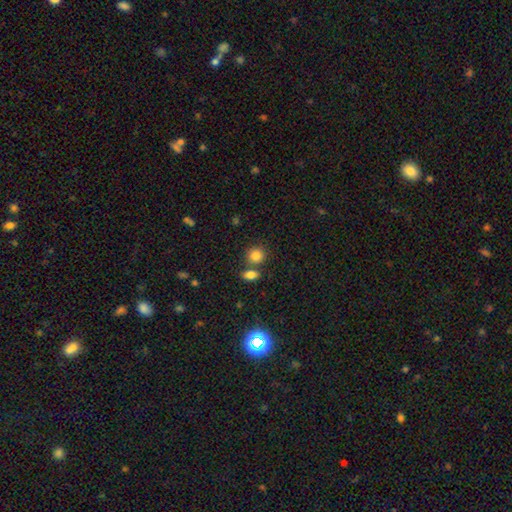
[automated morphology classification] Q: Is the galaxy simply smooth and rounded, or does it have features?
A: smooth — 83%.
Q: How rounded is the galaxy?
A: round — 78%.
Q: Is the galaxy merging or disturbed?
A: none — 65%.